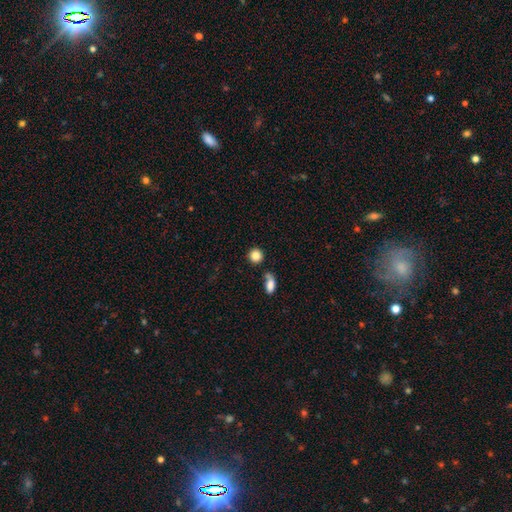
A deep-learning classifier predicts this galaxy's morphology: Q: Smooth or featured?
A: smooth (85%); runner-up: star or artifact (10%)
Q: How rounded?
A: round (90%); runner-up: in between (9%)
Q: Merging?
A: none (77%); runner-up: merger (10%)